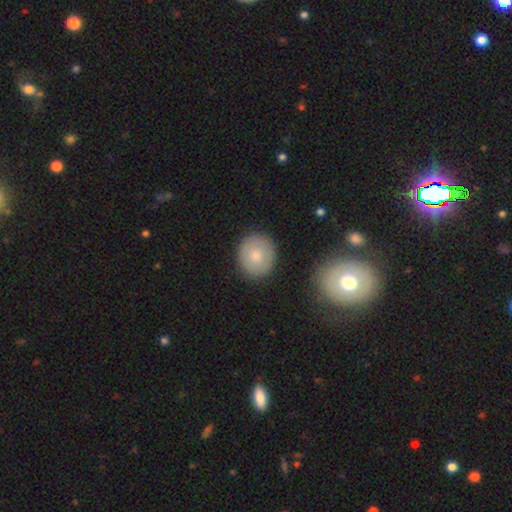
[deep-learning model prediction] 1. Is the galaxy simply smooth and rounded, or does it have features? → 76% smooth, 17% featured or disk, 7% star or artifact.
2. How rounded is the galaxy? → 84% round, 15% in between, 1% cigar-shaped.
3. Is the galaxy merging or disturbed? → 87% none, 8% minor disturbance, 2% major disturbance, 2% merger.